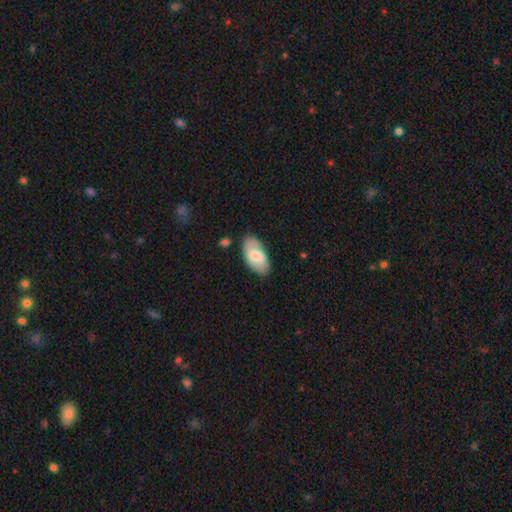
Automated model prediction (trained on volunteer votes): smooth_or_featured: smooth (p=0.69) [alt: featured or disk p=0.26]
how_rounded: in between (p=0.95) [alt: round p=0.03]
merging: none (p=0.78) [alt: minor disturbance p=0.16]